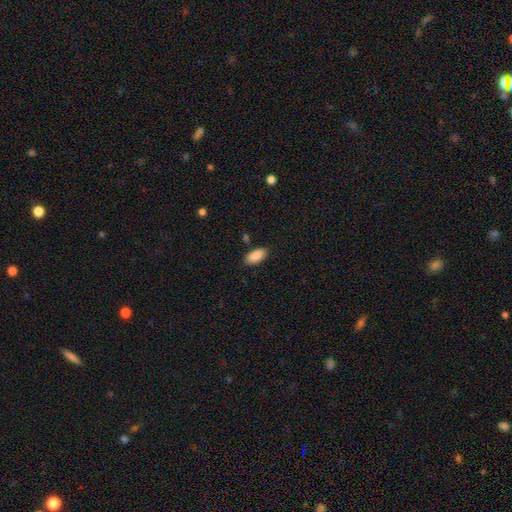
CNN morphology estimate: This appears to be a smooth galaxy with no disk features (89%) that is in between round and cigar-shaped (93%). Merging: none (84%).